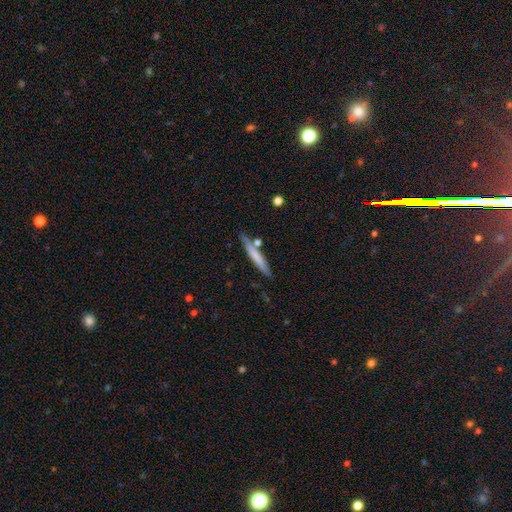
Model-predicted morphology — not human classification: type=smooth (65%); roundness=cigar-shaped (94%); merging=none (80%).